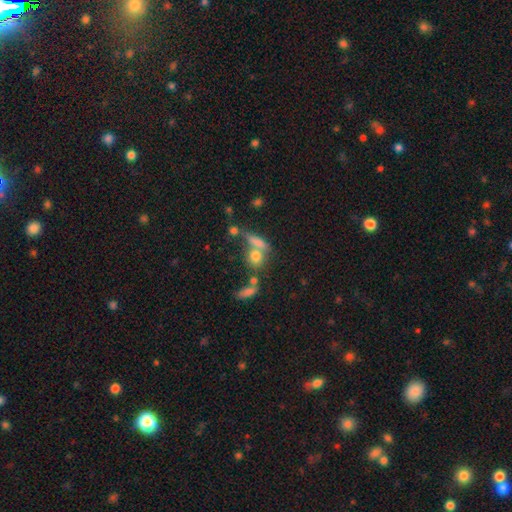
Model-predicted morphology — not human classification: Smooth or featured: smooth — 71% (featured or disk — 16%)
How rounded: round — 49% (in between — 33%)
Merging: none — 47% (merger — 35%)